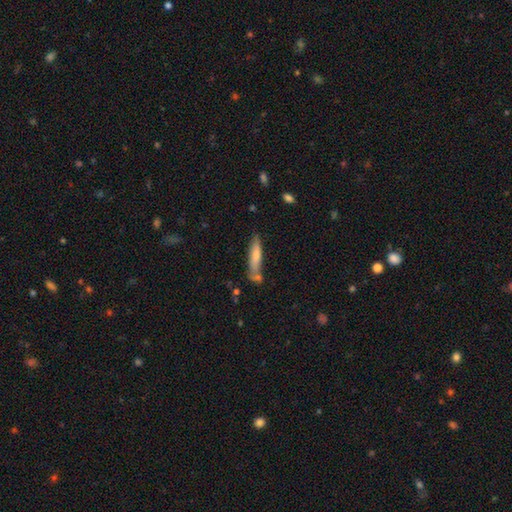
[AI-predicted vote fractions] Overall: smooth (69%). How rounded: cigar-shaped (82%). Merging: none (63%).